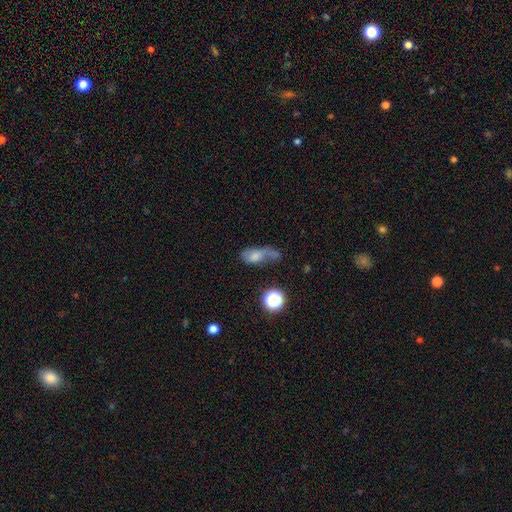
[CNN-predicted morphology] Smooth or featured? Predicted: smooth (p=0.57). How rounded? Predicted: in between (p=0.79). Merging? Predicted: major disturbance (p=0.37).